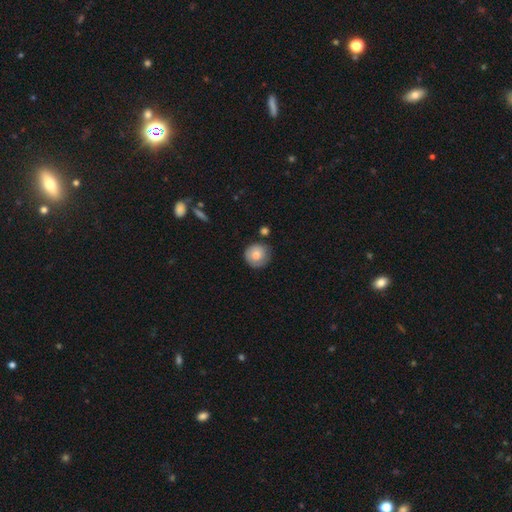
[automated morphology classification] Smooth or featured? smooth (75%)
How rounded? round (94%)
Merging? none (78%)